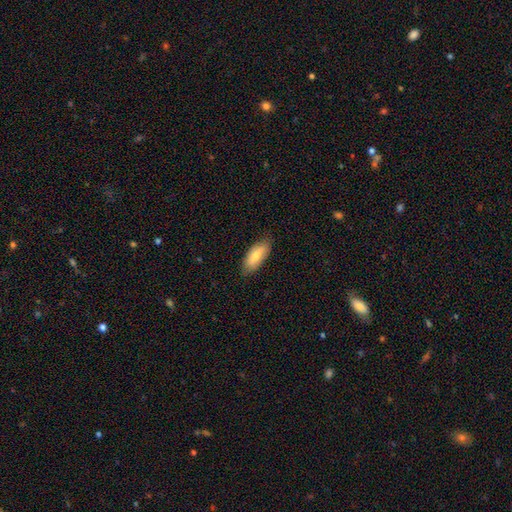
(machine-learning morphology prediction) Q: Smooth or featured?
A: smooth (76%); runner-up: featured or disk (19%)
Q: How rounded?
A: in between (80%); runner-up: cigar-shaped (18%)
Q: Merging?
A: none (80%); runner-up: minor disturbance (16%)